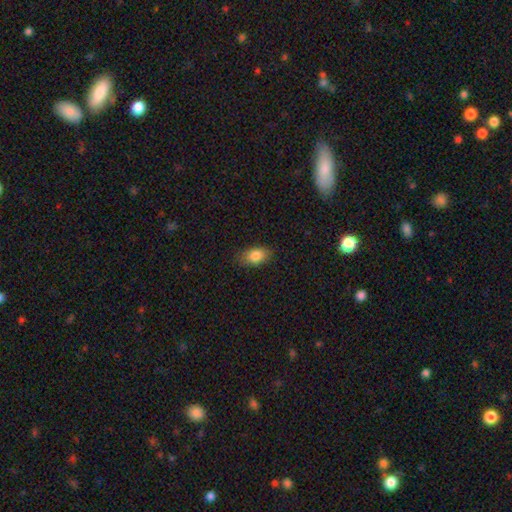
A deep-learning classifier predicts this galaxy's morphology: Smooth or featured? smooth (84%)
How rounded? in between (88%)
Merging? none (82%)